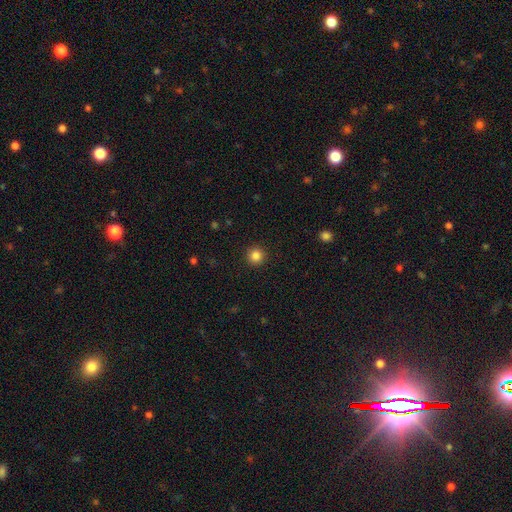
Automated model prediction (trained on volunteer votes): Overall: smooth (85%). How rounded: round (95%). Merging: none (93%).